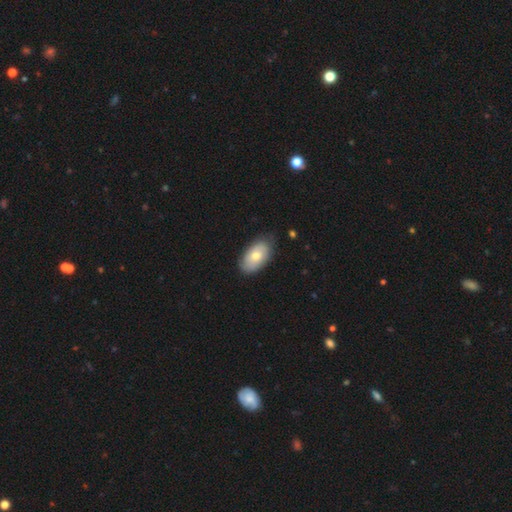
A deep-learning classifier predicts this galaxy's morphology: This is likely a smooth galaxy (66%). How rounded: clearly in between (93%). Merging: likely none (75%).